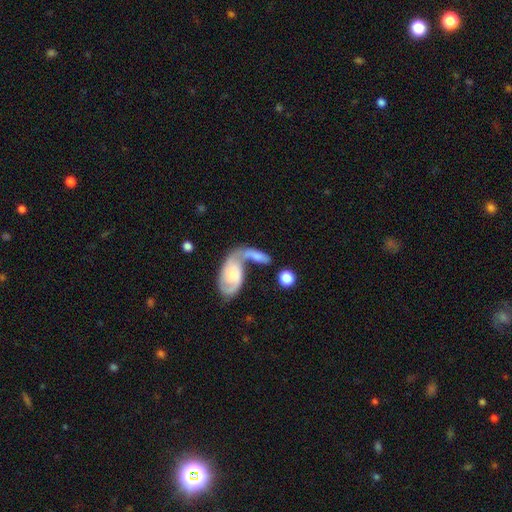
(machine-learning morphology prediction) Smooth or featured? Predicted: smooth (p=0.52). How rounded? Predicted: in between (p=0.75). Merging? Predicted: merger (p=0.65).